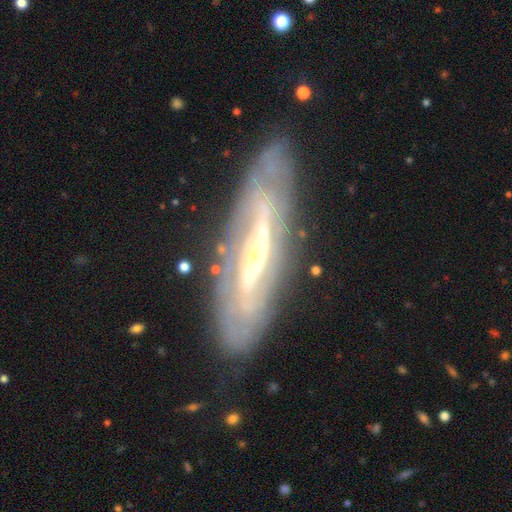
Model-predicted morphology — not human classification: Q: Smooth or featured?
A: featured or disk (79%); runner-up: smooth (14%)
Q: Edge-on disk?
A: no (62%); runner-up: yes (38%)
Q: Merging?
A: none (76%); runner-up: minor disturbance (16%)